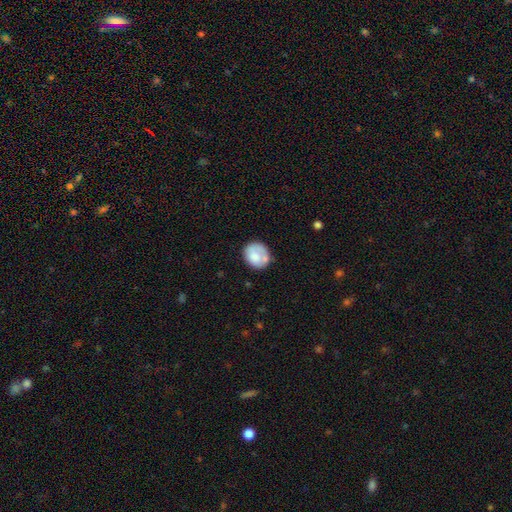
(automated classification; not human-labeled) This appears to be a smooth galaxy with no disk features (71%) that is round (65%). Merging: none (59%).